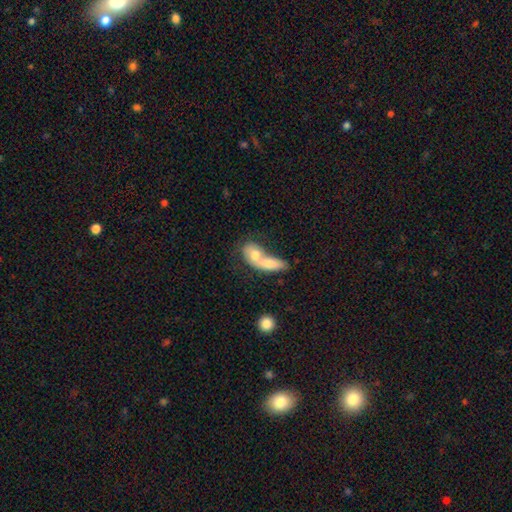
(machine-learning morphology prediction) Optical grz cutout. It shows a smooth galaxy with no disk features (49%). Merging: merger (46%).